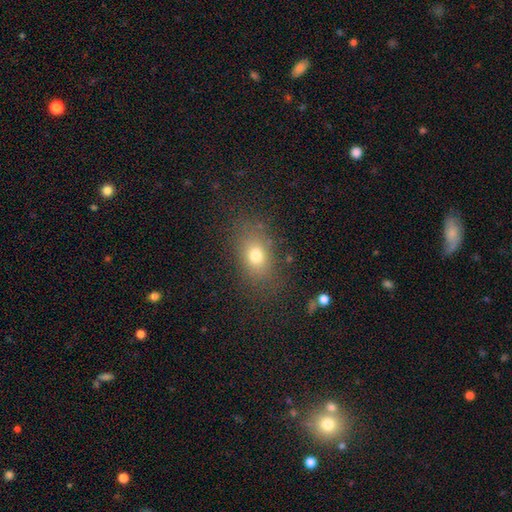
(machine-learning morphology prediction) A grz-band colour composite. It shows a smooth galaxy with no disk features (73%) that is in between round and cigar-shaped (73%). Merging: none (80%).